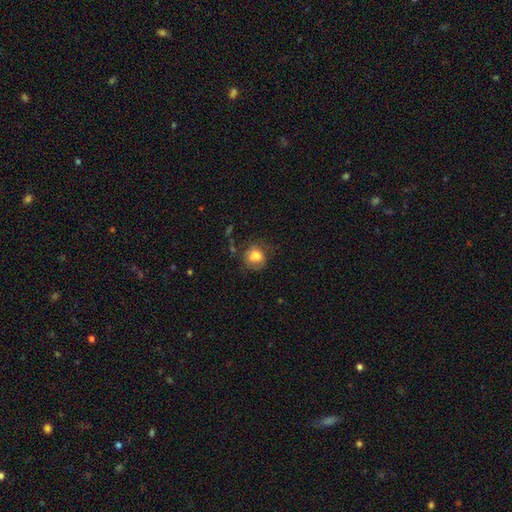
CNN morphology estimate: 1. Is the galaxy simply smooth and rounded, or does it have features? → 70% smooth, 21% featured or disk, 9% star or artifact.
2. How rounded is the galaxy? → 66% round, 33% in between, 1% cigar-shaped.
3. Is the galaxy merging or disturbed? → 50% none, 28% minor disturbance, 19% major disturbance, 3% merger.